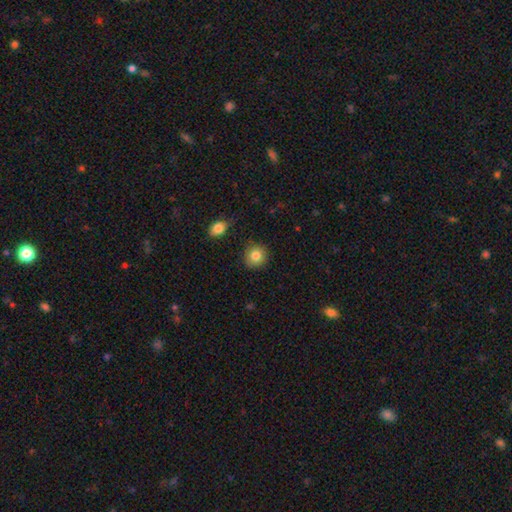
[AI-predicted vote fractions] A smooth galaxy with no disk features (83%) that is round (87%).

Vote fractions:
- Smooth or featured? smooth: 83% / star or artifact: 9% / featured or disk: 8%
- How rounded? round: 87% / in between: 12% / cigar-shaped: 1%
- Merging? none: 88% / minor disturbance: 8% / major disturbance: 2% / merger: 2%